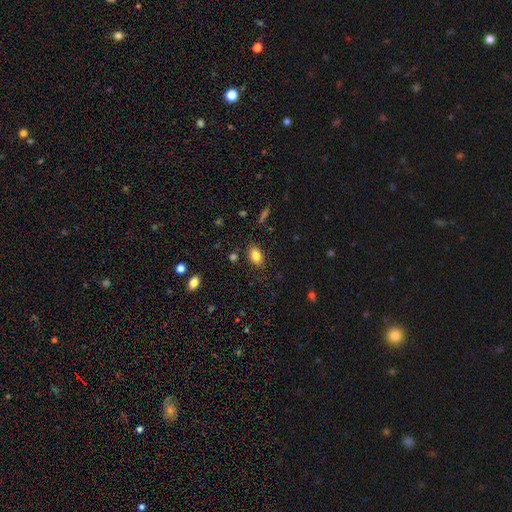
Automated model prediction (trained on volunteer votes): Q: Smooth or featured?
A: smooth (82%); runner-up: star or artifact (9%)
Q: How rounded?
A: in between (84%); runner-up: round (14%)
Q: Merging?
A: none (84%); runner-up: minor disturbance (12%)